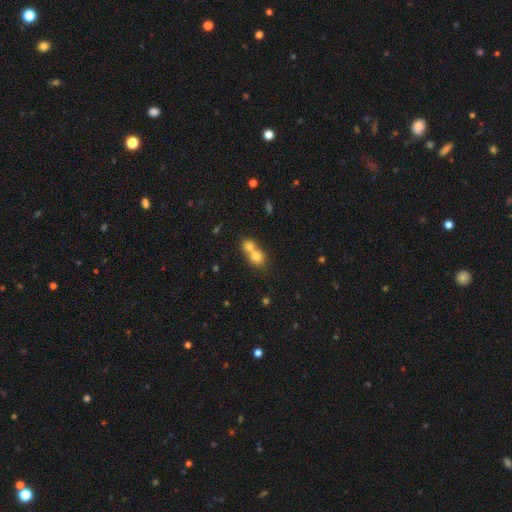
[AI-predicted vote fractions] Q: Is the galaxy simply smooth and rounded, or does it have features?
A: smooth — 74%.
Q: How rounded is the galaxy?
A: round — 68%.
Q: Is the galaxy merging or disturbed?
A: merger — 70%.